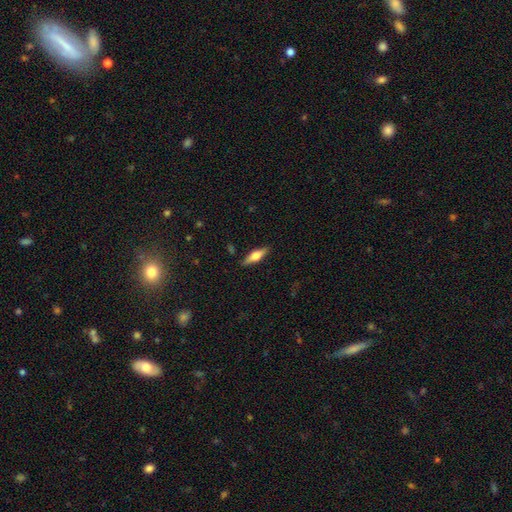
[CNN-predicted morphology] Smooth or featured? Predicted: featured or disk (p=0.51). Edge-on disk? Predicted: yes (p=0.94). Merging? Predicted: none (p=0.89).